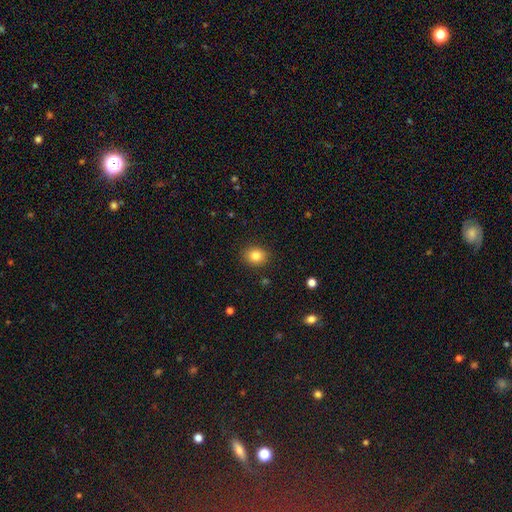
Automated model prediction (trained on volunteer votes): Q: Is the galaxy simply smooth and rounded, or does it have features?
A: smooth — 83%.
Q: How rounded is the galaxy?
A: round — 64%.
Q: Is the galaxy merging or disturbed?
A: none — 89%.